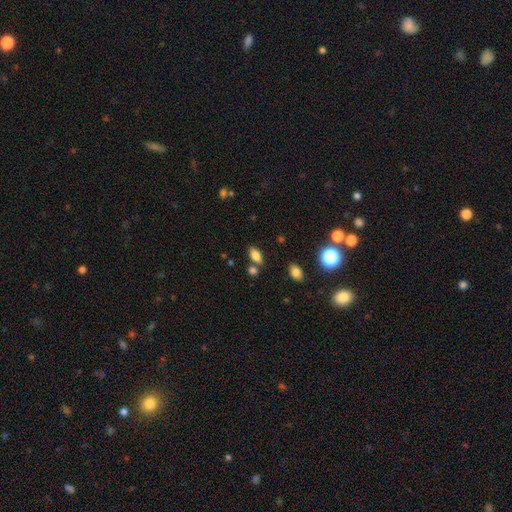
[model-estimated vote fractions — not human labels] A smooth galaxy with no disk features (79%) that is in between round and cigar-shaped (87%).

Vote fractions:
- Smooth or featured? smooth: 79% / star or artifact: 11% / featured or disk: 10%
- How rounded? in between: 87% / cigar-shaped: 7% / round: 6%
- Merging? none: 69% / merger: 15% / minor disturbance: 12% / major disturbance: 3%